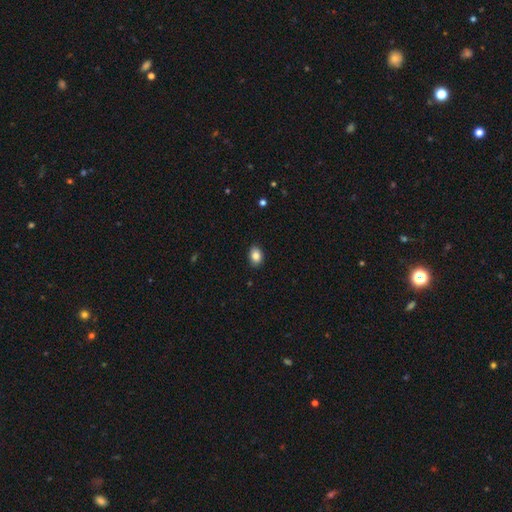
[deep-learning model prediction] Smooth or featured? Predicted: smooth (p=0.85). How rounded? Predicted: in between (p=0.73). Merging? Predicted: none (p=0.88).